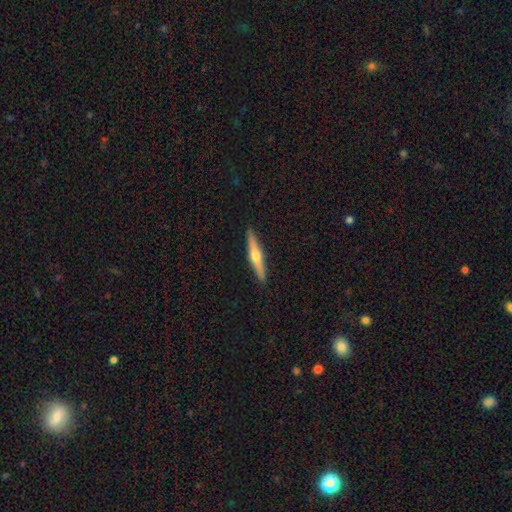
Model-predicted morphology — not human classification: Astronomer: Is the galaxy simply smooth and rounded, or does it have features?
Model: featured or disk — 63%.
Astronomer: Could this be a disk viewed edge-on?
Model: yes — 96%.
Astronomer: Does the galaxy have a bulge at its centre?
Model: rounded — 92%.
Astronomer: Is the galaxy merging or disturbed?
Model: none — 92%.